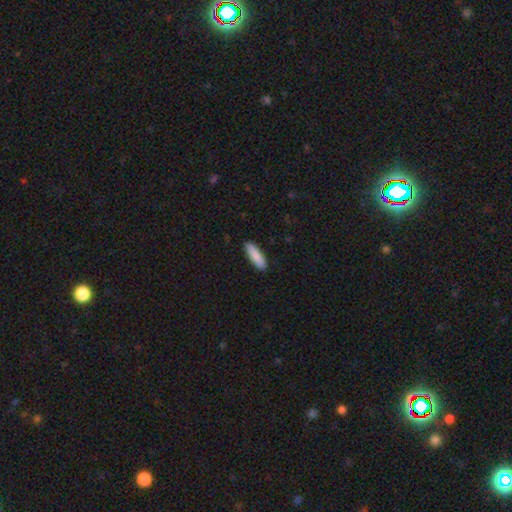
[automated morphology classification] The model was most divided on "how rounded": cigar-shaped: 59%, in between: 39%, round: 1%. More confident: merging — none (91%); smooth or featured — smooth (89%).